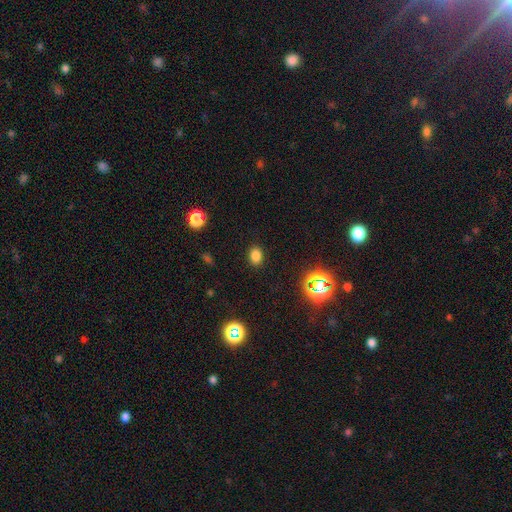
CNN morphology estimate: This is likely a smooth galaxy (78%). How rounded: likely in between (67%). Merging: clearly none (88%).